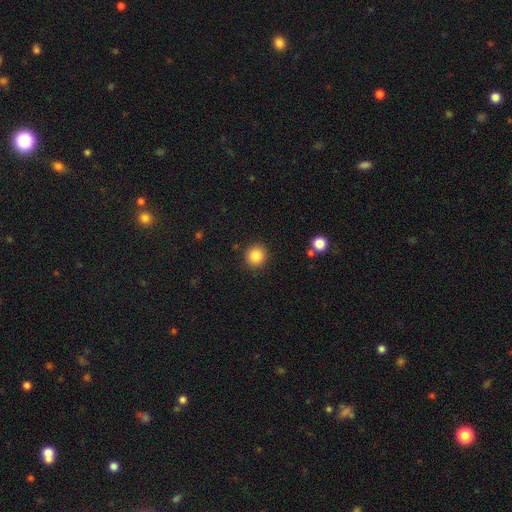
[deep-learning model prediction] Smooth or featured: smooth — 86% (star or artifact — 10%)
How rounded: round — 90% (in between — 9%)
Merging: none — 89% (minor disturbance — 7%)